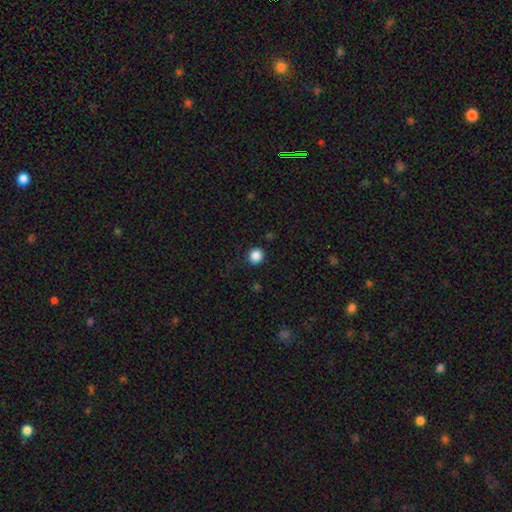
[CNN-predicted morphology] Smooth or featured: smooth — 87% (star or artifact — 11%)
How rounded: round — 93% (in between — 7%)
Merging: none — 91% (minor disturbance — 6%)